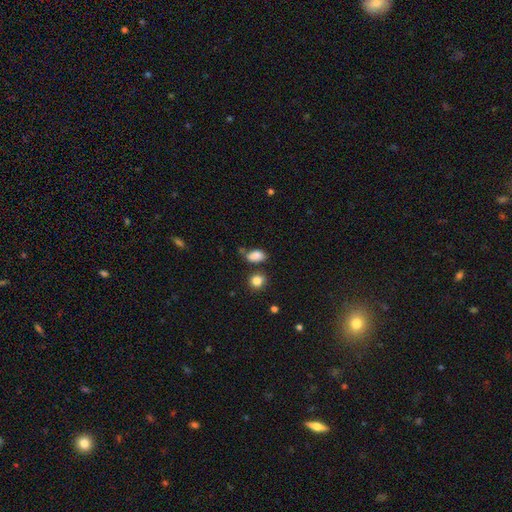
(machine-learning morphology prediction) smooth 85%, star or artifact 10%, featured or disk 6%. Down the decision tree: how rounded — in between (87%); merging — none (62%).